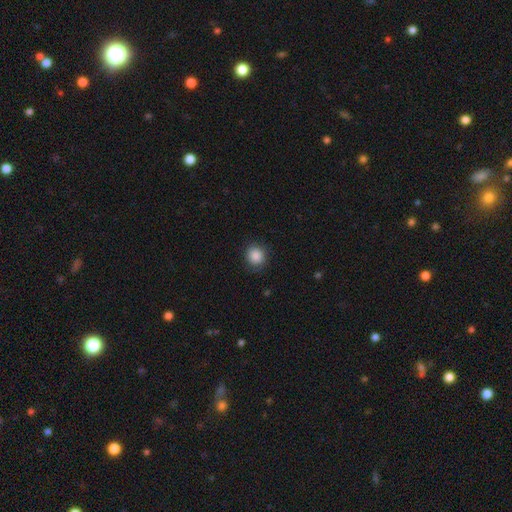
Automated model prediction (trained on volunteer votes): Smooth or featured?
  - smooth: 87% *
  - star or artifact: 8%
  - featured or disk: 4%
How rounded?
  - round: 86% *
  - in between: 13%
  - cigar-shaped: 1%
Merging?
  - none: 83% *
  - minor disturbance: 12%
  - major disturbance: 3%
  - merger: 1%